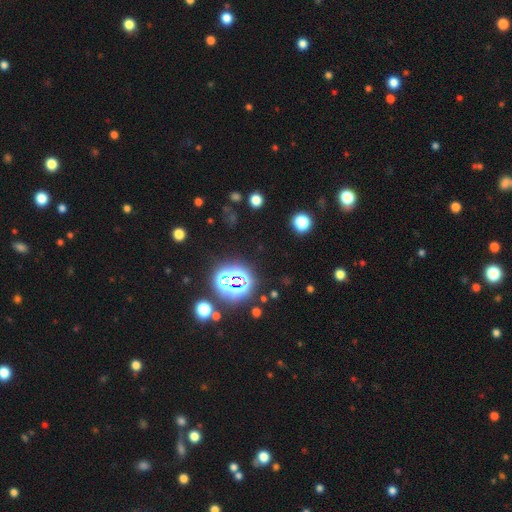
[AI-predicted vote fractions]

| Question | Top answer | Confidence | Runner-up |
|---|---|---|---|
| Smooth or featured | star or artifact | 81% | smooth (12%) |